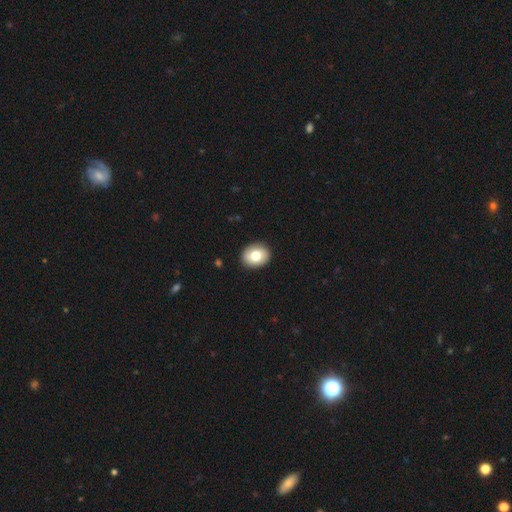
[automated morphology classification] smooth 76%, featured or disk 16%, star or artifact 8%. Down the decision tree: how rounded — round (54%); merging — none (90%).